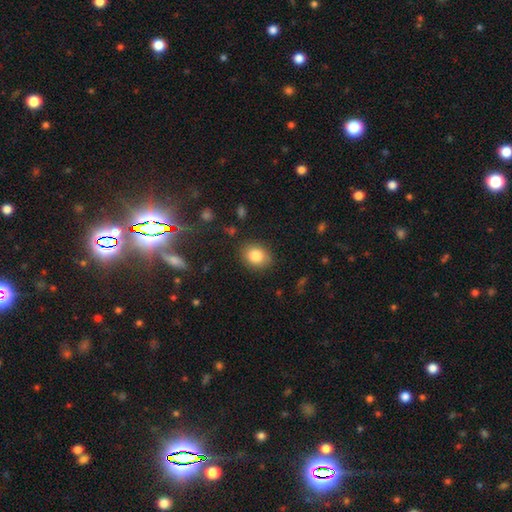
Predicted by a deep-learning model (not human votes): A smooth galaxy with no disk features (82%) that is in between round and cigar-shaped (52%).

Vote fractions:
- Smooth or featured? smooth: 82% / star or artifact: 10% / featured or disk: 8%
- How rounded? in between: 52% / round: 47% / cigar-shaped: 1%
- Merging? none: 86% / minor disturbance: 10% / major disturbance: 3% / merger: 1%